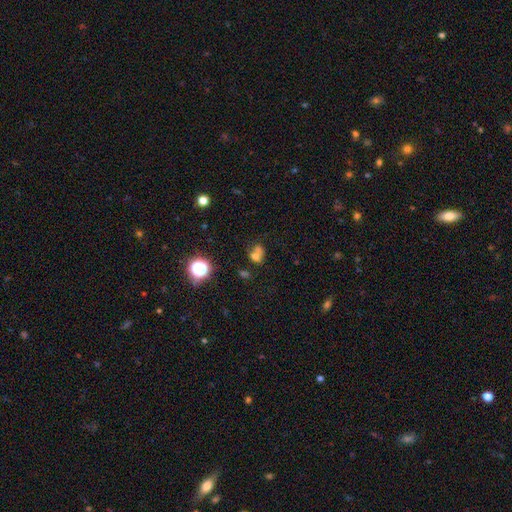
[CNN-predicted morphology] This appears to be a smooth galaxy with no disk features (61%) that is round (53%). Merging: merger (51%).